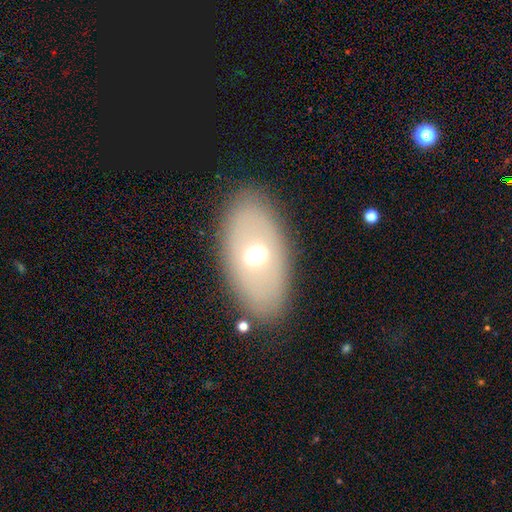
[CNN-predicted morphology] This is possibly a smooth galaxy (53%). How rounded: clearly in between (88%). Merging: clearly none (84%).